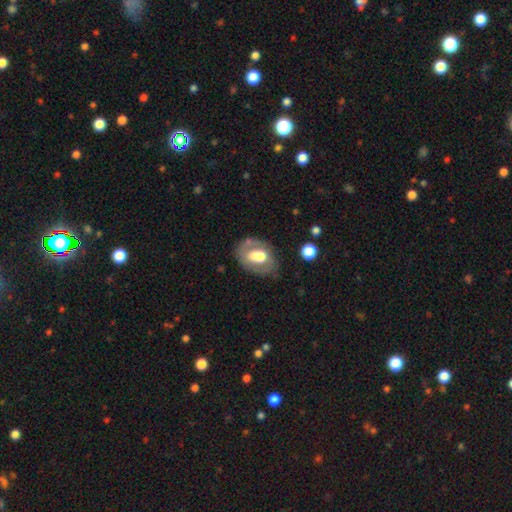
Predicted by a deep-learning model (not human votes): The model was most divided on "smooth or featured": featured or disk: 51%, smooth: 42%, star or artifact: 7%. More confident: edge-on disk — no (94%); merging — none (59%).